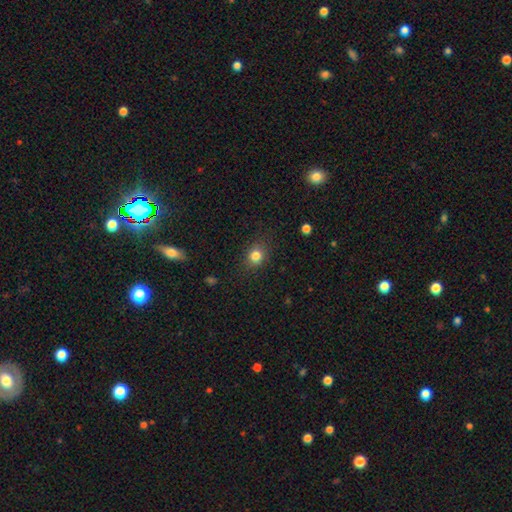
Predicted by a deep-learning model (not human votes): Smooth or featured?
  - smooth: 82% *
  - star or artifact: 12%
  - featured or disk: 6%
How rounded?
  - round: 71% *
  - in between: 28%
  - cigar-shaped: 1%
Merging?
  - none: 84% *
  - minor disturbance: 11%
  - major disturbance: 4%
  - merger: 1%